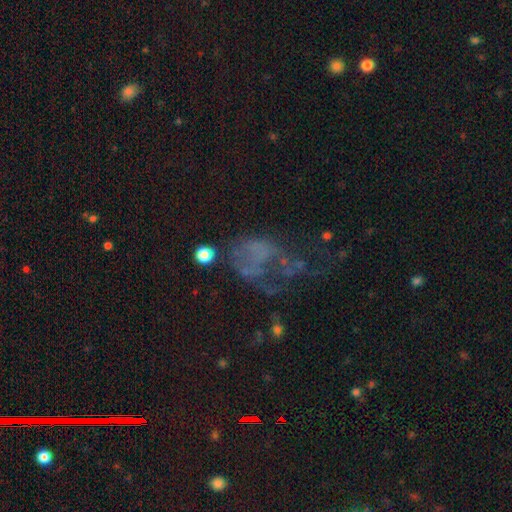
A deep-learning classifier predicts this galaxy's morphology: Smooth or featured: featured or disk — 49% (star or artifact — 27%)
Merging: major disturbance — 49% (none — 26%)